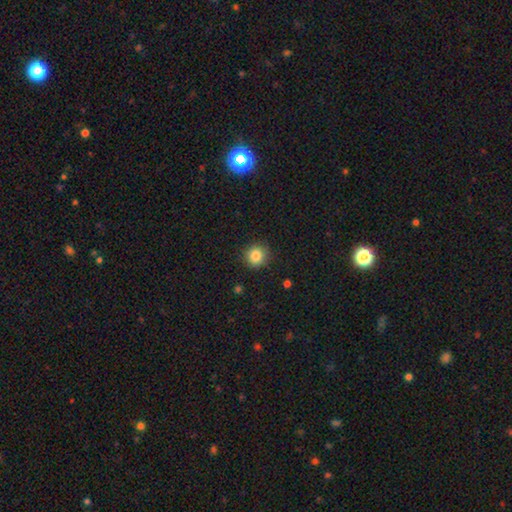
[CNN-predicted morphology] A smooth galaxy with no disk features (85%) that is round (85%).

Vote fractions:
- Smooth or featured? smooth: 85% / star or artifact: 10% / featured or disk: 5%
- How rounded? round: 85% / in between: 14% / cigar-shaped: 1%
- Merging? none: 87% / minor disturbance: 10% / major disturbance: 3% / merger: 1%